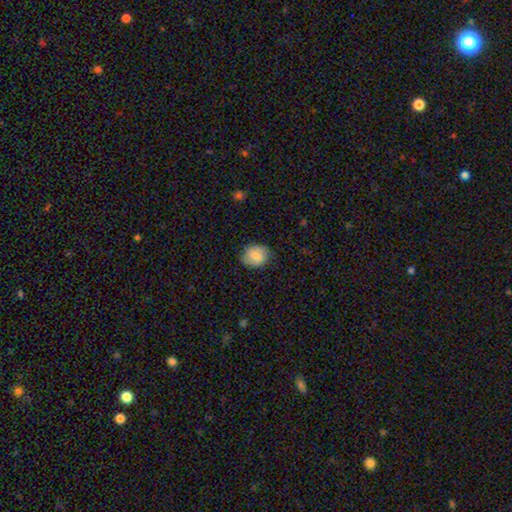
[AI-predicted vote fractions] The model was most divided on "how rounded": round: 61%, in between: 38%, cigar-shaped: 1%. More confident: merging — none (81%); smooth or featured — smooth (77%).